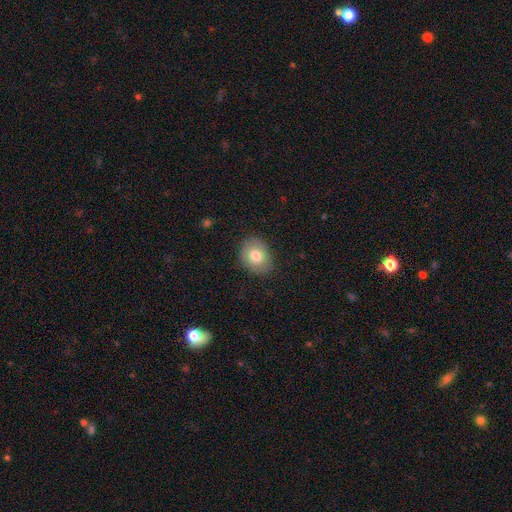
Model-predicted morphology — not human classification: A smooth galaxy with no disk features (77%) that is in between round and cigar-shaped (59%).

Vote fractions:
- Smooth or featured? smooth: 77% / featured or disk: 15% / star or artifact: 8%
- How rounded? in between: 59% / round: 40% / cigar-shaped: 1%
- Merging? none: 84% / minor disturbance: 12% / major disturbance: 3% / merger: 1%